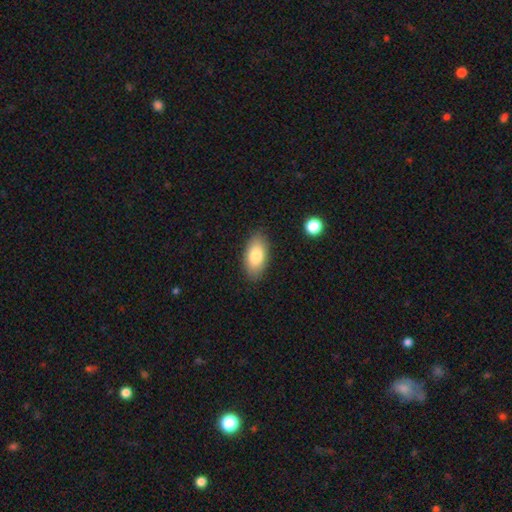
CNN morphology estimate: This is clearly a smooth galaxy (82%). How rounded: clearly in between (93%). Merging: clearly none (86%).